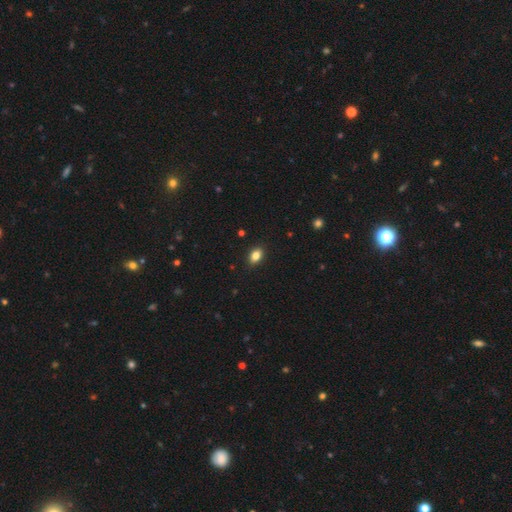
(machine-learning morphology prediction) Smooth or featured? smooth (84%)
How rounded? in between (82%)
Merging? none (89%)